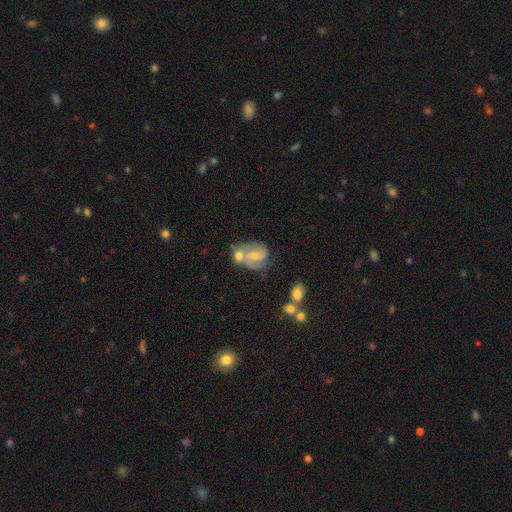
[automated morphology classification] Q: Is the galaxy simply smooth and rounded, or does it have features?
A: featured or disk — 60%.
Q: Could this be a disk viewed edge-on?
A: no — 97%.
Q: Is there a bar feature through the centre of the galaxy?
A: no — 50%.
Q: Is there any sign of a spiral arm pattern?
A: yes — 80%.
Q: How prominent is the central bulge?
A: small — 49%.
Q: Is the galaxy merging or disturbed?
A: merger — 45%.